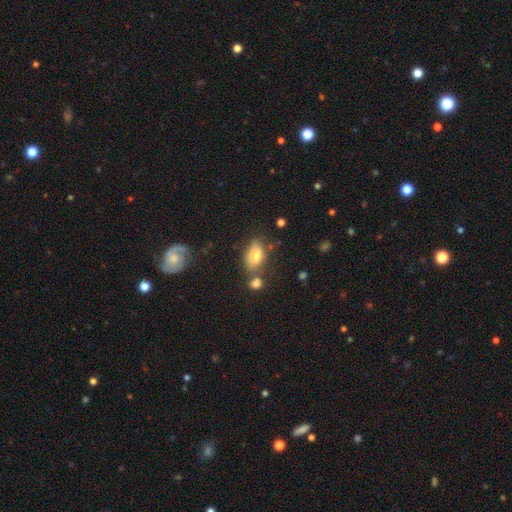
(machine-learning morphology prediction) Q: Smooth or featured?
A: smooth (72%); runner-up: featured or disk (18%)
Q: How rounded?
A: in between (91%); runner-up: round (6%)
Q: Merging?
A: none (54%); runner-up: minor disturbance (21%)